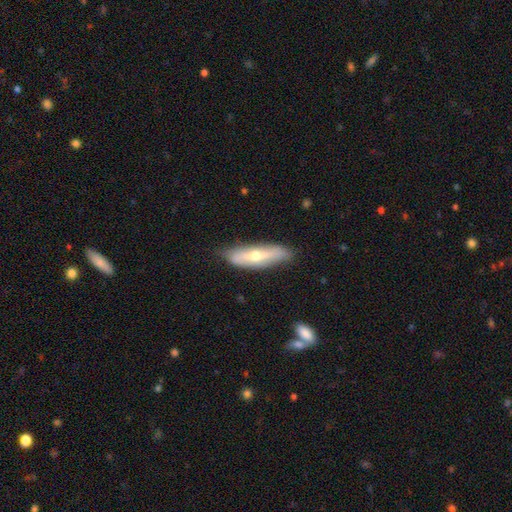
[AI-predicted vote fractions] Morphology: type=featured or disk (49%); merging=none (82%).